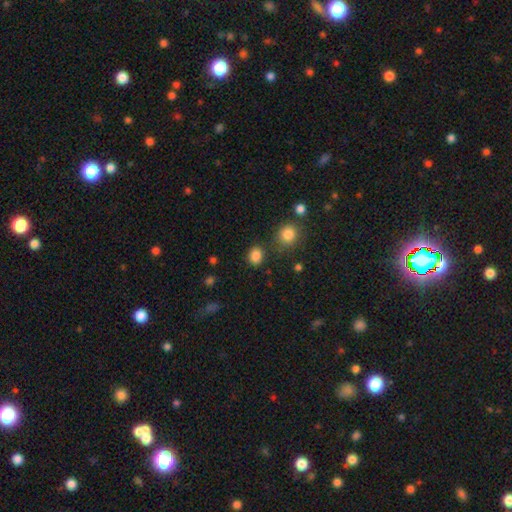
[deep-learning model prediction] This is clearly a smooth galaxy (85%). How rounded: possibly round (51%). Merging: likely none (78%).